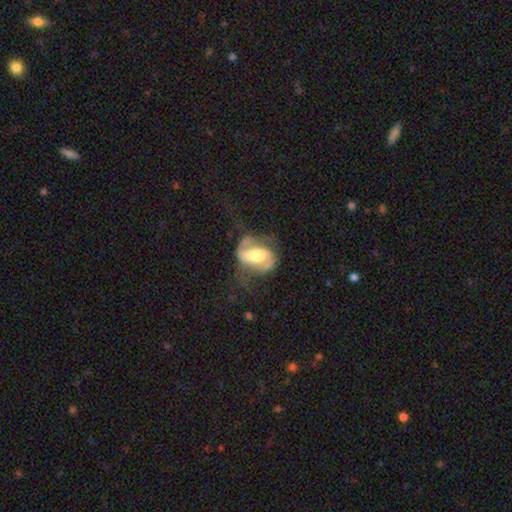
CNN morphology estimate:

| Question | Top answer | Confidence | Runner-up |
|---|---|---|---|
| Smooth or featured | featured or disk | 73% | smooth (20%) |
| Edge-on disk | no | 96% | yes (4%) |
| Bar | strong | 40% | weak (36%) |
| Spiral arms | yes | 85% | no (15%) |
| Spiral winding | medium | 46% | loose (37%) |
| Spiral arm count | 2 | 86% | can't tell (6%) |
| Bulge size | large | 37% | tied: moderate (37%) |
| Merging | none | 44% | major disturbance (30%) |